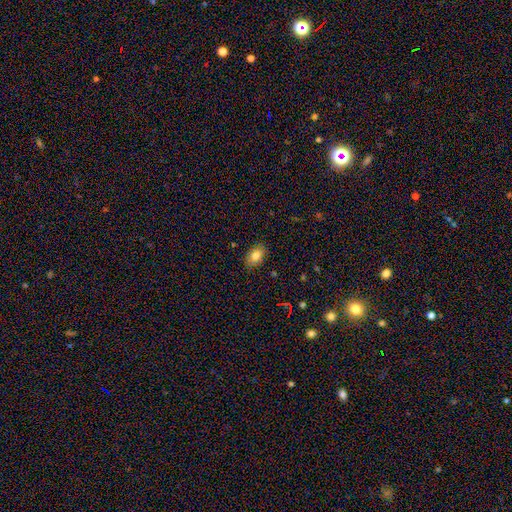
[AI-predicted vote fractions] Smooth or featured: smooth — 82% (star or artifact — 9%)
How rounded: in between — 86% (round — 12%)
Merging: none — 86% (minor disturbance — 10%)